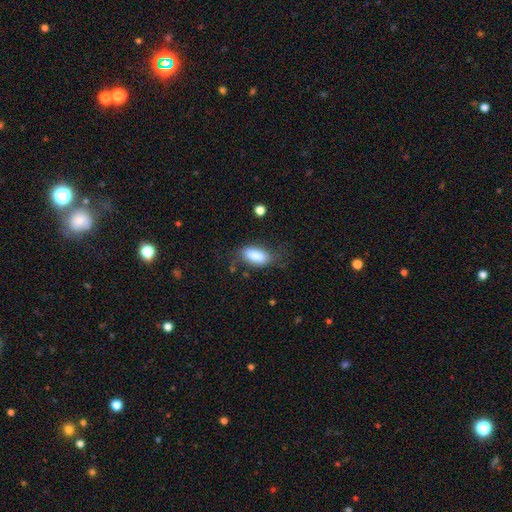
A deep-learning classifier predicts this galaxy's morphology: The model was most divided on "merging": none: 59%, minor disturbance: 26%, major disturbance: 12%, merger: 3%. More confident: how rounded — in between (85%); smooth or featured — smooth (83%).